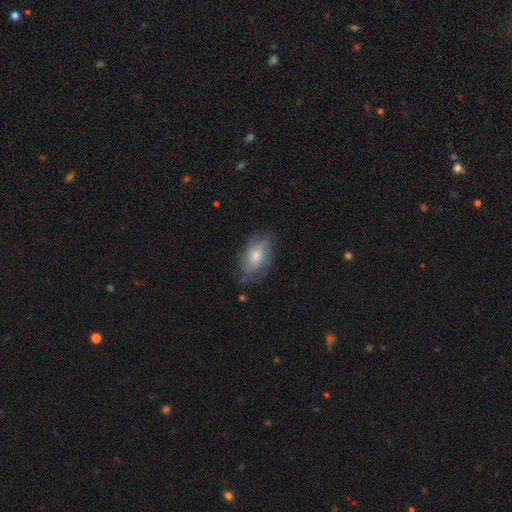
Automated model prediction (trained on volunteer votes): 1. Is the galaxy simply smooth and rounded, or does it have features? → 50% smooth, 41% featured or disk, 9% star or artifact.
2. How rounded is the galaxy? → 87% in between, 8% round, 4% cigar-shaped.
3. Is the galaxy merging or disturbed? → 65% none, 25% minor disturbance, 9% major disturbance, 1% merger.